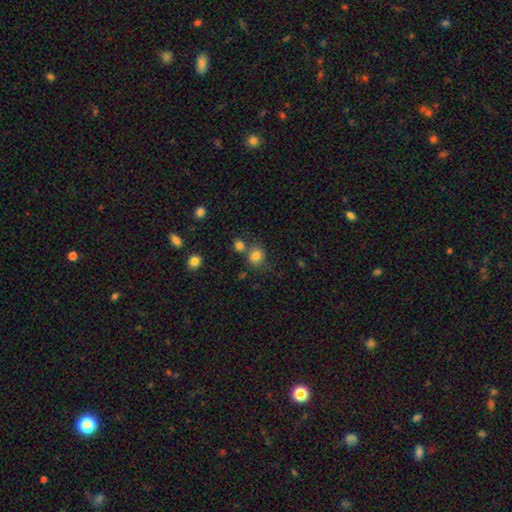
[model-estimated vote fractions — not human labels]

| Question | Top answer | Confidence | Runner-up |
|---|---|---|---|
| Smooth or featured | smooth | 80% | star or artifact (12%) |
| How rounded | round | 70% | in between (29%) |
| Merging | none | 58% | merger (23%) |